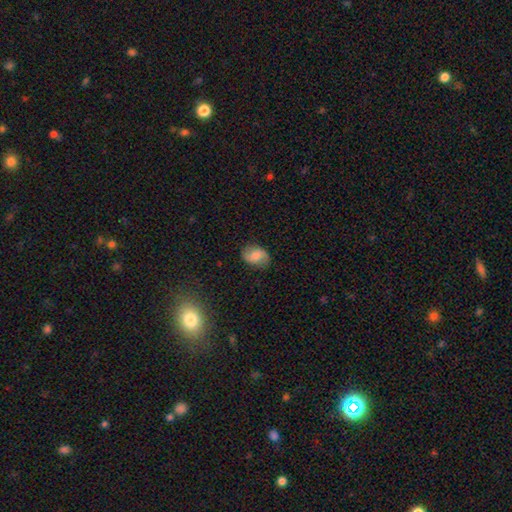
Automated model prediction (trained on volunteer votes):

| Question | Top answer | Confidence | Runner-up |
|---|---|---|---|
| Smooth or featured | smooth | 54% | featured or disk (36%) |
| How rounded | in between | 74% | round (24%) |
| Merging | none | 78% | minor disturbance (17%) |